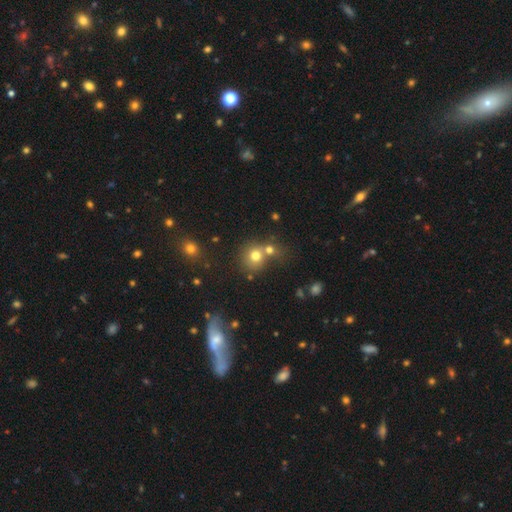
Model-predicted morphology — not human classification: Smooth or featured? smooth (73%)
How rounded? round (85%)
Merging? none (49%)